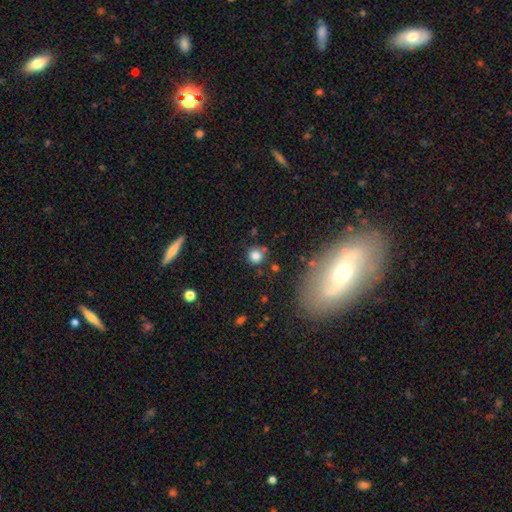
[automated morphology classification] Q: Smooth or featured?
A: smooth (81%); runner-up: star or artifact (13%)
Q: How rounded?
A: round (93%); runner-up: in between (6%)
Q: Merging?
A: none (81%); runner-up: minor disturbance (10%)